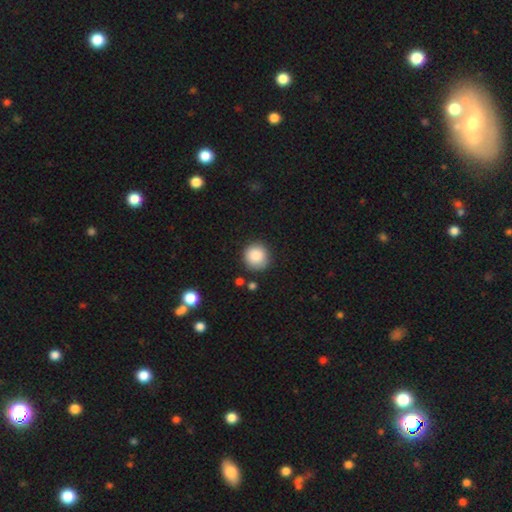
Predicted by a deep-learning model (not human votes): Q: Smooth or featured?
A: smooth (87%); runner-up: star or artifact (8%)
Q: How rounded?
A: round (93%); runner-up: in between (6%)
Q: Merging?
A: none (85%); runner-up: minor disturbance (10%)